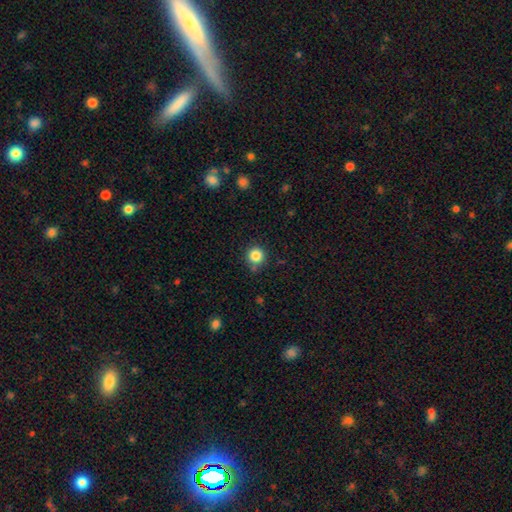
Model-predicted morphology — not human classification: This is clearly a smooth galaxy (84%). How rounded: clearly round (94%). Merging: clearly none (82%).